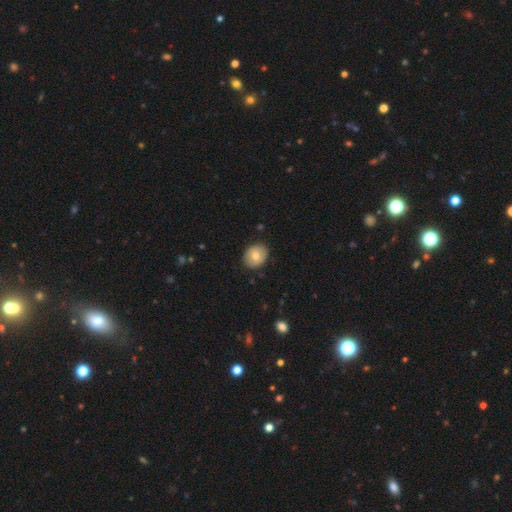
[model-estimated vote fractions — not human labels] This appears to be a smooth galaxy with no disk features (74%) that is round (52%). Merging: none (87%).